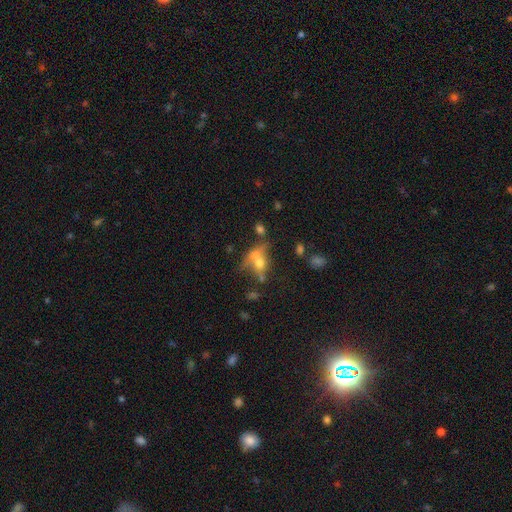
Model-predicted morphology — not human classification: The model was most divided on "merging": none: 36%, merger: 29%, major disturbance: 20%, minor disturbance: 15%. Remaining: smooth or featured — featured or disk (42%).